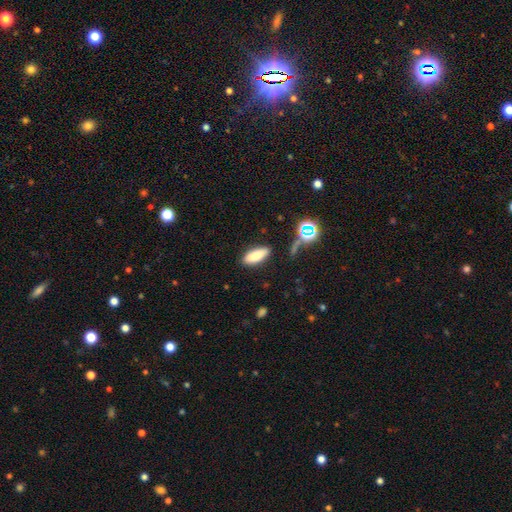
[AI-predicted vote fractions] Morphology: type=smooth (82%); roundness=in between (73%); merging=none (84%).